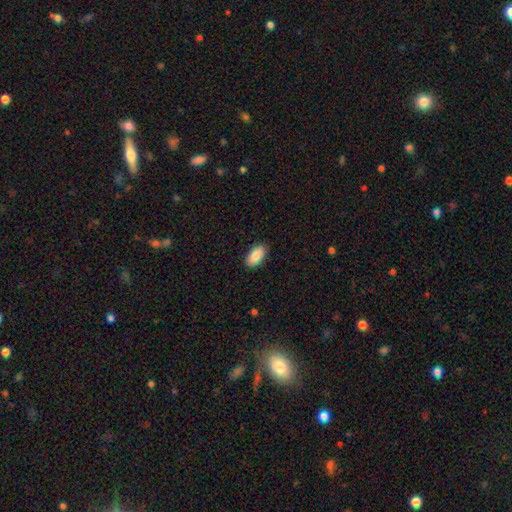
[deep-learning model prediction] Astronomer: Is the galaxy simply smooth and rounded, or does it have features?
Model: smooth — 88%.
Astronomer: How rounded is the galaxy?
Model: in between — 94%.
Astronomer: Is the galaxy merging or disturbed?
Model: none — 89%.